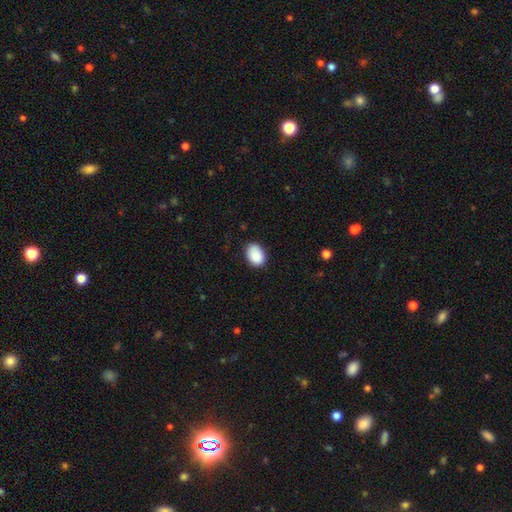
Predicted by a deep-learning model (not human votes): Smooth or featured: smooth — 88% (star or artifact — 7%)
How rounded: in between — 78% (round — 22%)
Merging: none — 78% (minor disturbance — 17%)